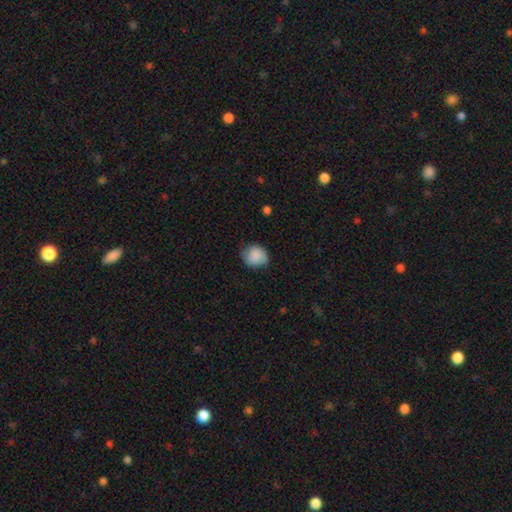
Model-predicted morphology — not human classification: This is clearly a smooth galaxy (84%). How rounded: likely round (72%). Merging: likely none (71%).